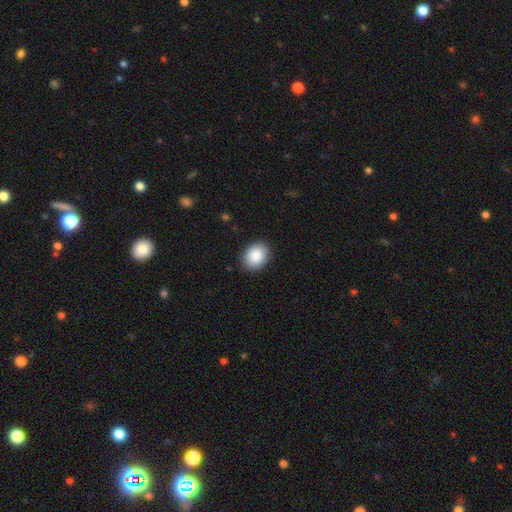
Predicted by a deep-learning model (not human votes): Smooth or featured? smooth (89%)
How rounded? in between (54%)
Merging? none (89%)